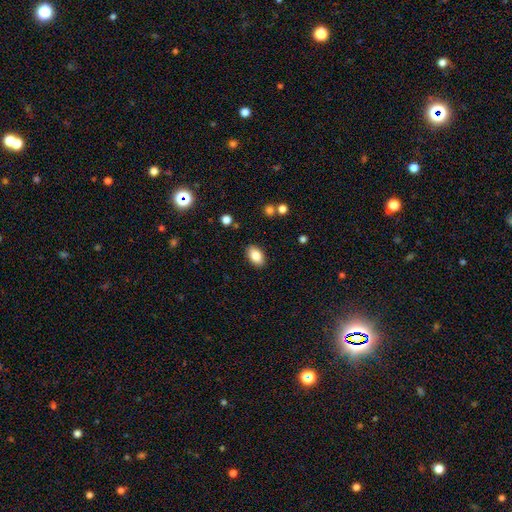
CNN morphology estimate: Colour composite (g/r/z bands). It shows a smooth galaxy with no disk features (85%) that is in between round and cigar-shaped (91%). Merging: none (88%).